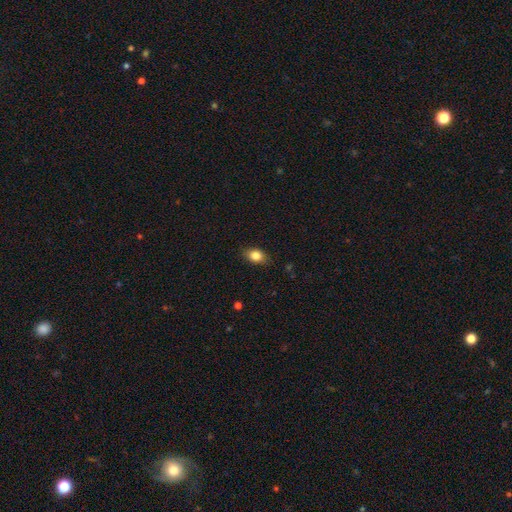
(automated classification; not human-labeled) Morphology: type=smooth (83%); roundness=in between (74%); merging=none (81%).